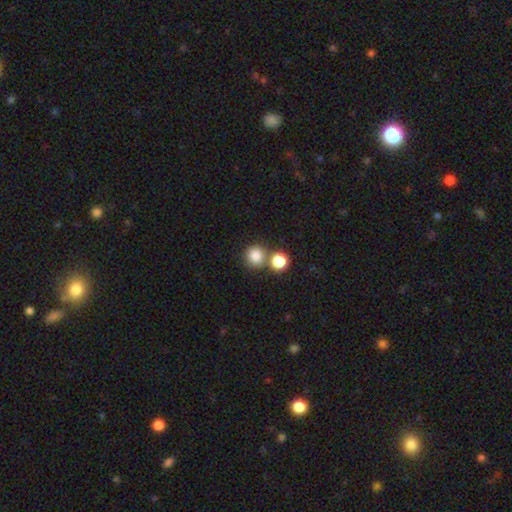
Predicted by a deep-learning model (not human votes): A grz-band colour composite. It shows a smooth galaxy with no disk features (84%) that is round (89%). Merging: none (59%).